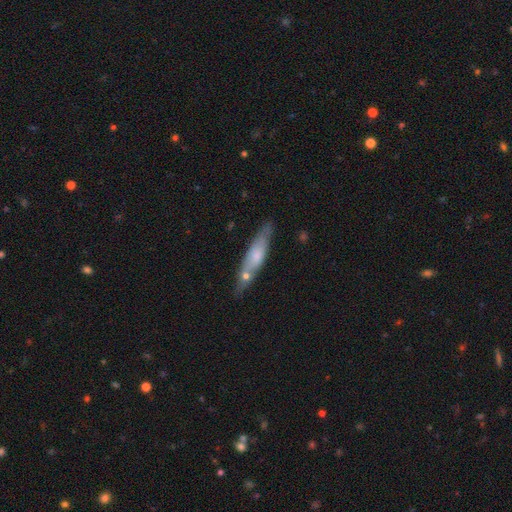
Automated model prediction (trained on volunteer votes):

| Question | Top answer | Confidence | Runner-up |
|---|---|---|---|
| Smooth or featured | smooth | 53% | featured or disk (41%) |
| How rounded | cigar-shaped | 78% | in between (21%) |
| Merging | none | 68% | minor disturbance (17%) |